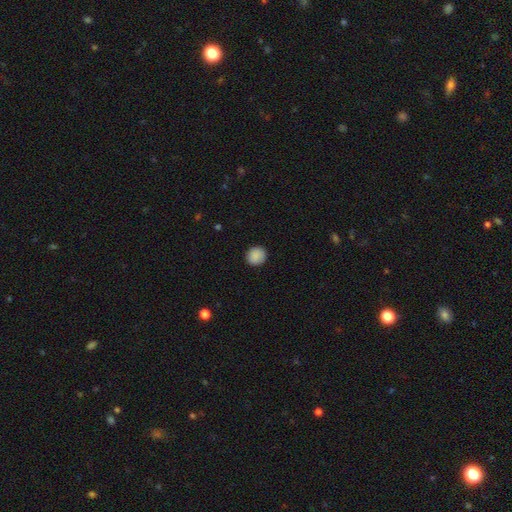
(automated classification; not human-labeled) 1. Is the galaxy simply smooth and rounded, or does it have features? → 89% smooth, 8% star or artifact, 3% featured or disk.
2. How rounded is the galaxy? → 85% round, 14% in between, 1% cigar-shaped.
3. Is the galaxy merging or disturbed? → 90% none, 7% minor disturbance, 2% major disturbance, 1% merger.